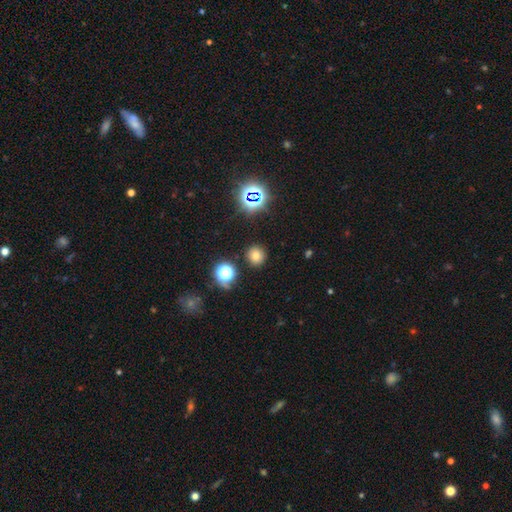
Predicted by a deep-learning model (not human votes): Overall: smooth (71%). How rounded: round (91%). Merging: none (89%).